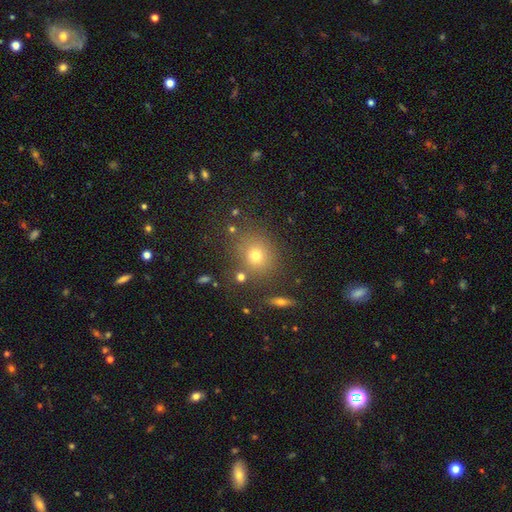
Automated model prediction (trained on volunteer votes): A smooth galaxy with no disk features (69%) that is round (79%). Merging: none (79%).